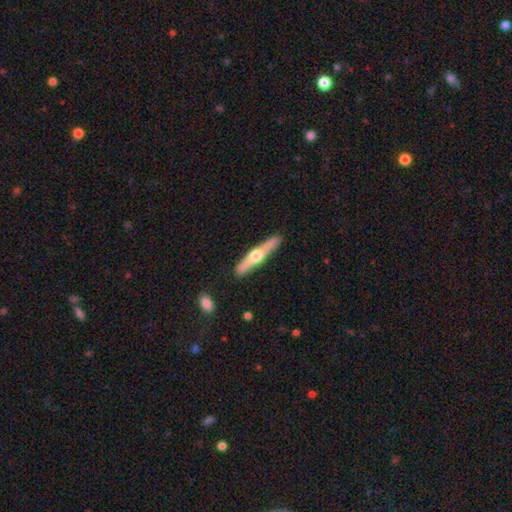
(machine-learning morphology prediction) smooth-or-featured: featured or disk: 64% | smooth: 31% | star or artifact: 5%
  disk-edge-on: yes: 96% | no: 4%
    edge-on-bulge: rounded: 94% | none: 3% | boxy: 3%
  merging: none: 88% | minor disturbance: 8% | merger: 2% | major disturbance: 2%